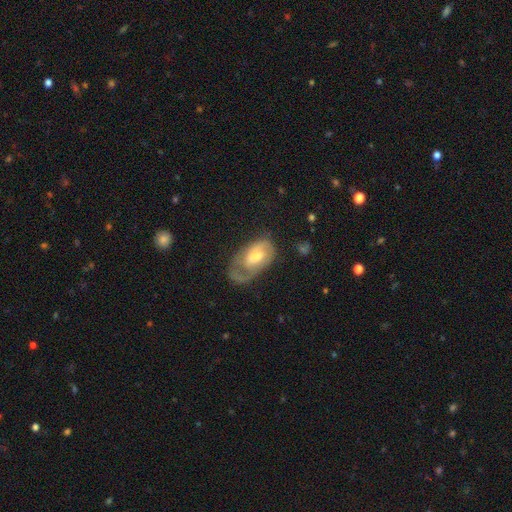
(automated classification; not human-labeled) Q: Smooth or featured?
A: featured or disk (63%); runner-up: smooth (31%)
Q: Edge-on disk?
A: no (94%); runner-up: yes (6%)
Q: Bar?
A: no (58%); runner-up: weak (35%)
Q: Spiral arms?
A: yes (76%); runner-up: no (24%)
Q: Bulge size?
A: moderate (61%); runner-up: small (19%)
Q: Merging?
A: none (39%); runner-up: major disturbance (31%)